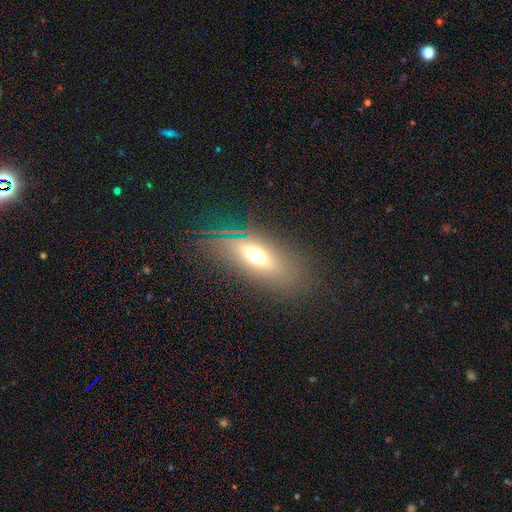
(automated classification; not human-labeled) smooth 54%, featured or disk 28%, star or artifact 17%. Down the decision tree: how rounded — in between (66%); merging — none (79%).